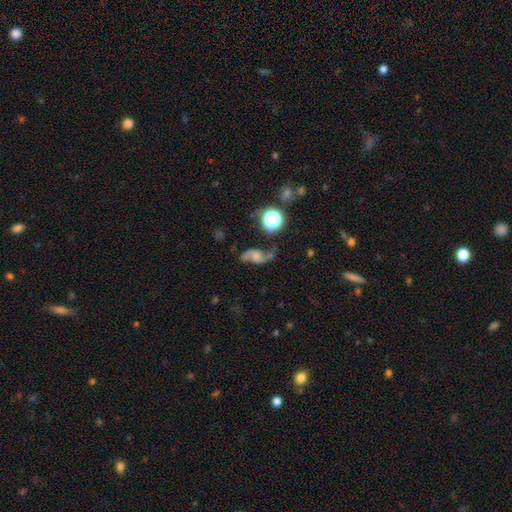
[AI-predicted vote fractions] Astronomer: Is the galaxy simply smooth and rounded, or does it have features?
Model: featured or disk — 71%.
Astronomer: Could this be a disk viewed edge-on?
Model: no — 96%.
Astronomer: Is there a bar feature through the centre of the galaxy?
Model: no — 58%.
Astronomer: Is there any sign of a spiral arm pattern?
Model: yes — 94%.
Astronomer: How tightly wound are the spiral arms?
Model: loose — 75%.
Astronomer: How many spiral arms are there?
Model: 2 — 91%.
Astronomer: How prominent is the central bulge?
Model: none — 33% (runner-up: moderate, 25%).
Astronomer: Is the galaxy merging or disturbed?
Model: none — 59%.